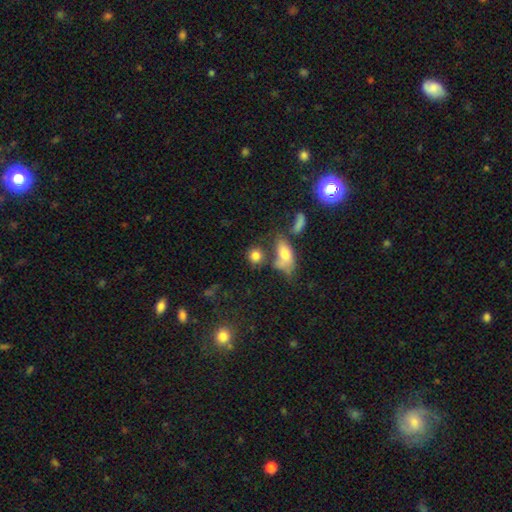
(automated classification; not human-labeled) Q: Smooth or featured?
A: smooth (80%); runner-up: star or artifact (10%)
Q: How rounded?
A: round (67%); runner-up: in between (30%)
Q: Merging?
A: none (55%); runner-up: merger (23%)